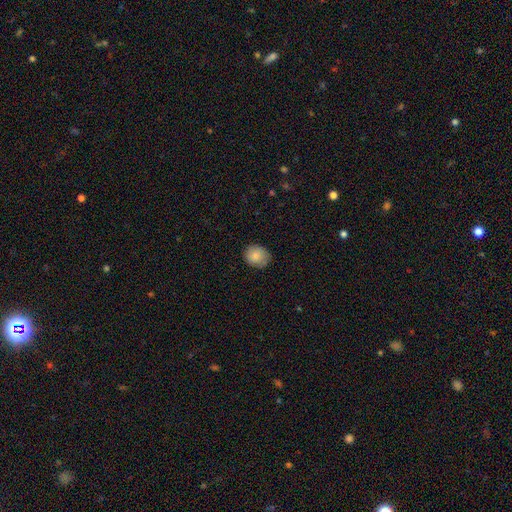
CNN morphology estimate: A smooth galaxy with no disk features (81%) that is round (73%). Merging: none (77%).